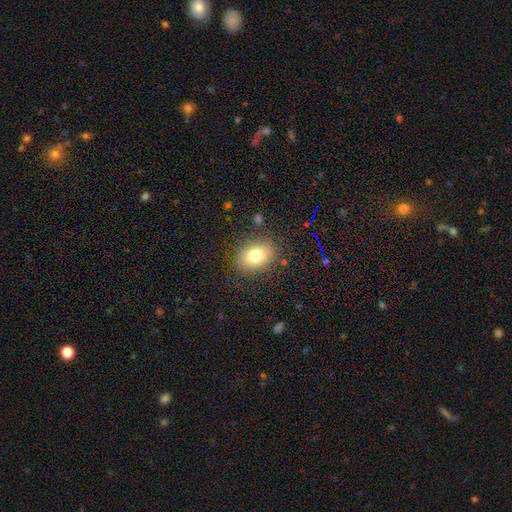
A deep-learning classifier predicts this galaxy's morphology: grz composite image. It shows a smooth galaxy with no disk features (78%) that is in between round and cigar-shaped (68%). Merging: none (84%).